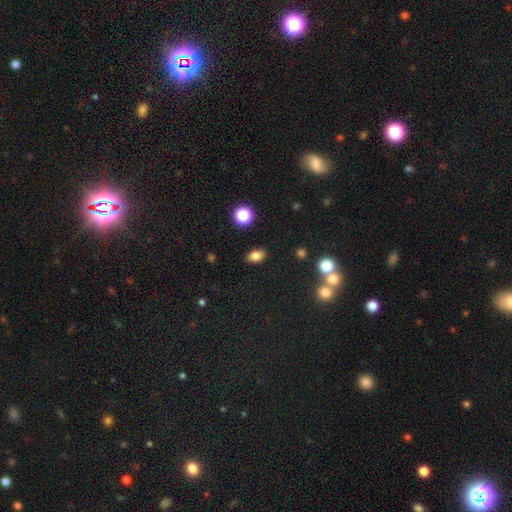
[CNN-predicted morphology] This is clearly a smooth galaxy (81%). How rounded: clearly in between (85%). Merging: clearly none (88%).